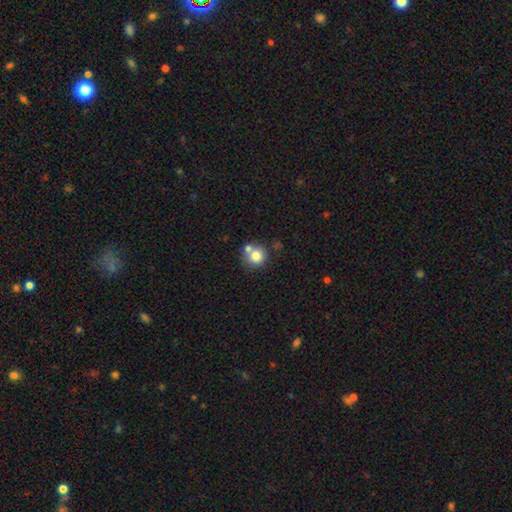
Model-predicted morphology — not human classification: The model was most divided on "merging": none: 55%, merger: 31%, minor disturbance: 10%, major disturbance: 4%. More confident: how rounded — round (88%); smooth or featured — smooth (78%).